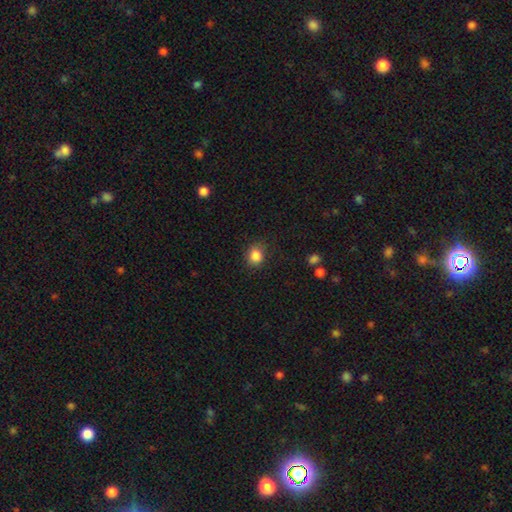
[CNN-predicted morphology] Smooth or featured? smooth (85%)
How rounded? round (69%)
Merging? none (77%)